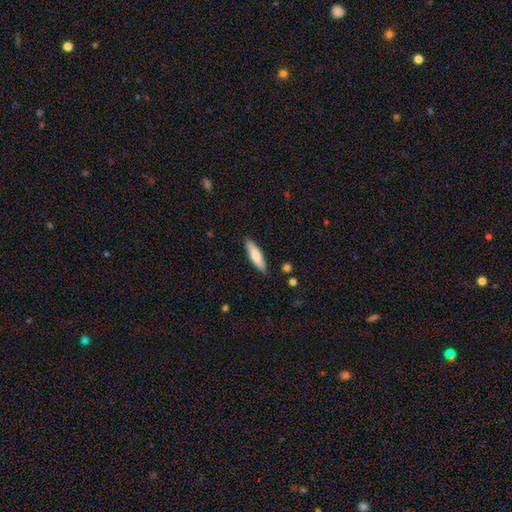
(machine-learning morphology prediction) Smooth or featured: smooth — 69% (featured or disk — 25%)
How rounded: cigar-shaped — 66% (in between — 32%)
Merging: none — 86% (minor disturbance — 11%)